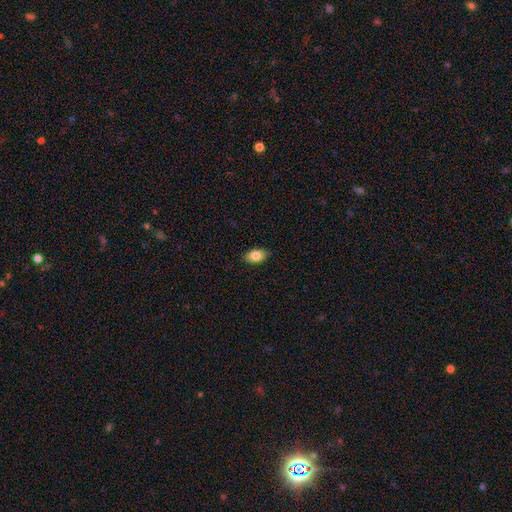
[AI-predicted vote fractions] Smooth or featured? Predicted: smooth (p=0.84). How rounded? Predicted: in between (p=0.90). Merging? Predicted: none (p=0.88).